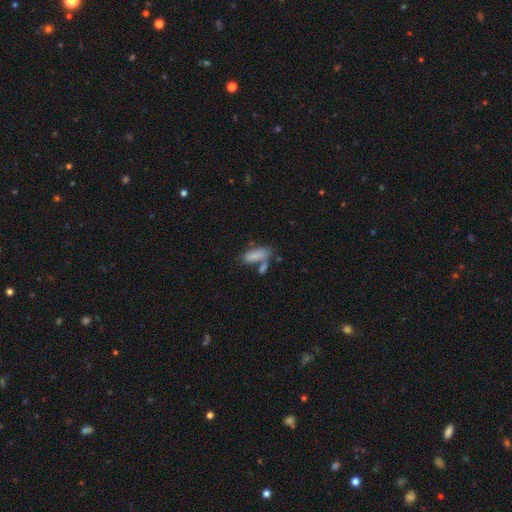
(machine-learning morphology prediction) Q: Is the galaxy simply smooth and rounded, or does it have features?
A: smooth — 81%.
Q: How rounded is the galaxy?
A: in between — 71%.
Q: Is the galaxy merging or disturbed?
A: none — 45%.